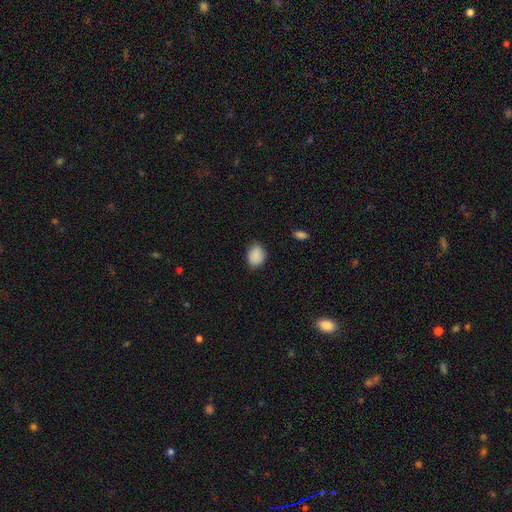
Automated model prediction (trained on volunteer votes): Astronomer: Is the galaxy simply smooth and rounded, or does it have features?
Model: smooth — 89%.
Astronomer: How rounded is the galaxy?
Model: in between — 62% (runner-up: round, 37%).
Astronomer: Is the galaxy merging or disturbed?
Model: none — 82%.